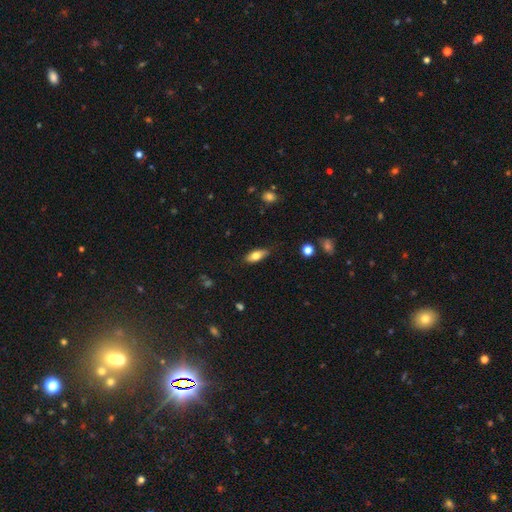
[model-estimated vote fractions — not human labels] Smooth or featured? smooth (73%)
How rounded? in between (81%)
Merging? none (80%)